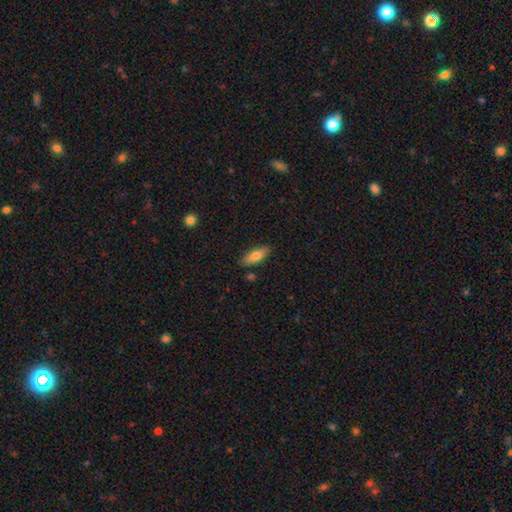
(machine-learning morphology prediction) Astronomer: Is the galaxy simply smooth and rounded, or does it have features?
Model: smooth — 74%.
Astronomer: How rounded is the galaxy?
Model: in between — 64%.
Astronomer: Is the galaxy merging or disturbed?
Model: none — 84%.